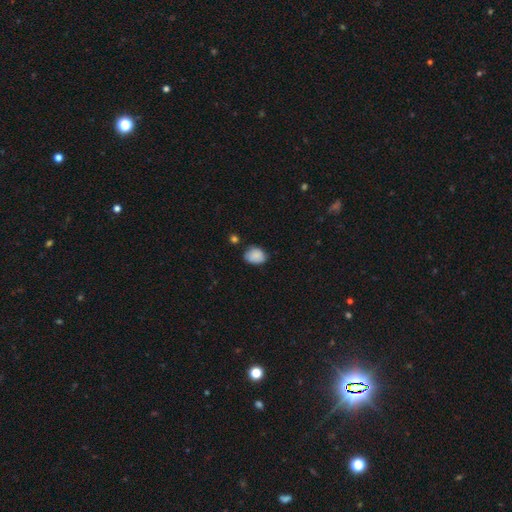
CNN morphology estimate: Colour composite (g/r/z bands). It shows a smooth galaxy with no disk features (85%) that is in between round and cigar-shaped (62%). Merging: none (65%).